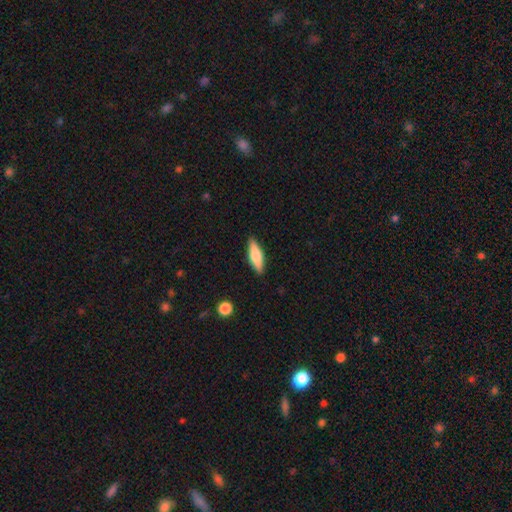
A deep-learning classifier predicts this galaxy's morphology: A smooth galaxy with no disk features (64%) that is cigar-shaped (57%).

Vote fractions:
- Smooth or featured? smooth: 64% / featured or disk: 30% / star or artifact: 6%
- How rounded? cigar-shaped: 57% / in between: 40% / round: 2%
- Merging? none: 89% / minor disturbance: 8% / major disturbance: 2% / merger: 1%